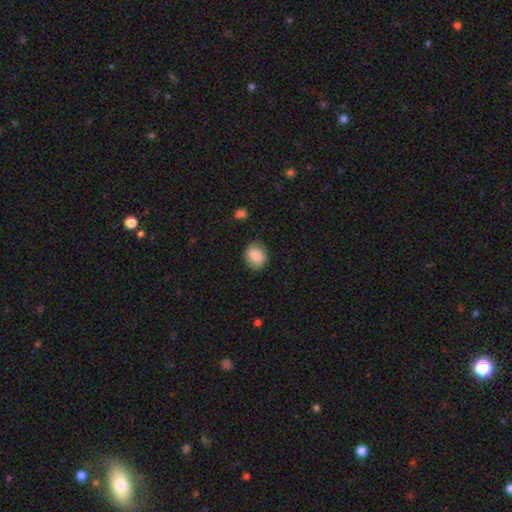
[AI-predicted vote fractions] This appears to be a smooth galaxy with no disk features (86%) that is round (59%). Merging: none (81%).